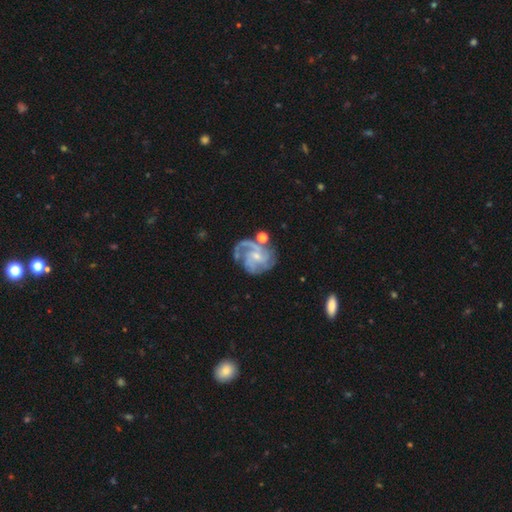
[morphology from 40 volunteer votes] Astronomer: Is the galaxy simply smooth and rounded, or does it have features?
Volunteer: featured or disk — 90%.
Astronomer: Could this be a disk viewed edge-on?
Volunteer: no — 100%.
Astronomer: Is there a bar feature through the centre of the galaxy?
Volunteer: no — 50% (runner-up: weak, 47%).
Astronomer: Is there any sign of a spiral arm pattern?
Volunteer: yes — 100%.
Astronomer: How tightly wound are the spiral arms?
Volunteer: medium — 75%.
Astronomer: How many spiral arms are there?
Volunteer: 3 — 33% (runner-up: 2, 31%).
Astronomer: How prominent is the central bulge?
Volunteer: small — 61%.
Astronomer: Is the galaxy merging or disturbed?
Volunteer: major disturbance — 38% (runner-up: none, 35%).